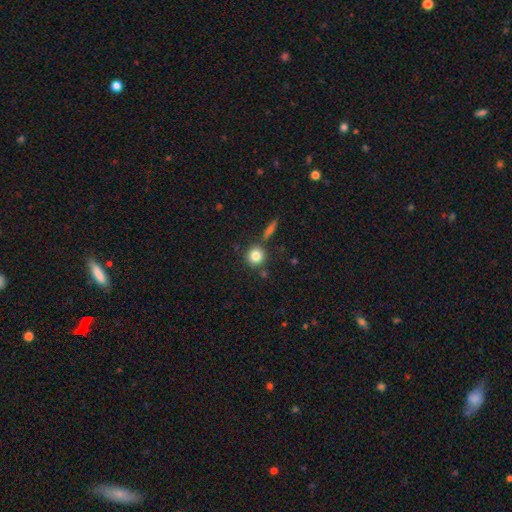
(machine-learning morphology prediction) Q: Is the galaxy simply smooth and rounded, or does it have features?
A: smooth — 81%.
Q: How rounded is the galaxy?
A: round — 90%.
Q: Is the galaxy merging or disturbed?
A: none — 77%.